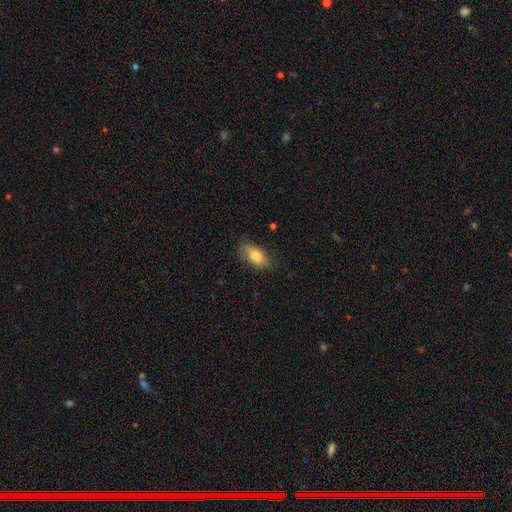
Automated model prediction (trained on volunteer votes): Q: Smooth or featured?
A: smooth (78%); runner-up: featured or disk (15%)
Q: How rounded?
A: in between (91%); runner-up: round (5%)
Q: Merging?
A: none (76%); runner-up: minor disturbance (19%)